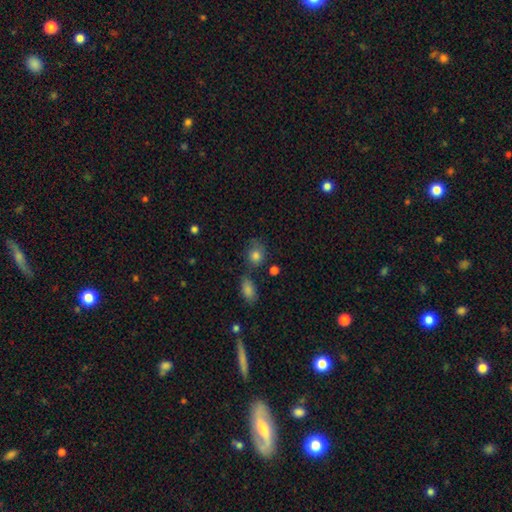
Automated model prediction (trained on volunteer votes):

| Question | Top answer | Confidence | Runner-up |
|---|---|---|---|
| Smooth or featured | smooth | 79% | featured or disk (11%) |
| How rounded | round | 62% | in between (37%) |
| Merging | none | 55% | minor disturbance (26%) |